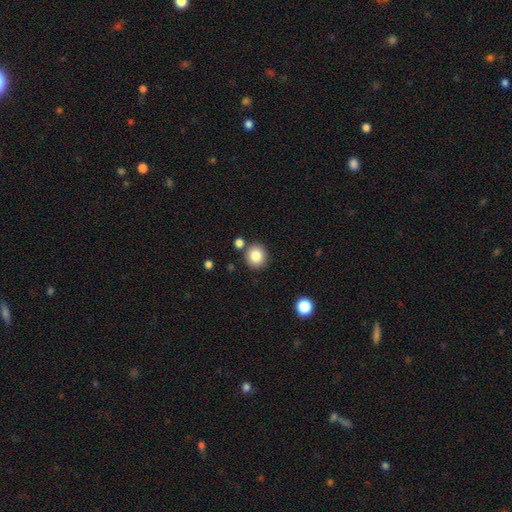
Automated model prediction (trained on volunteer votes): This appears to be a smooth galaxy with no disk features (84%) that is round (89%). Merging: none (82%).